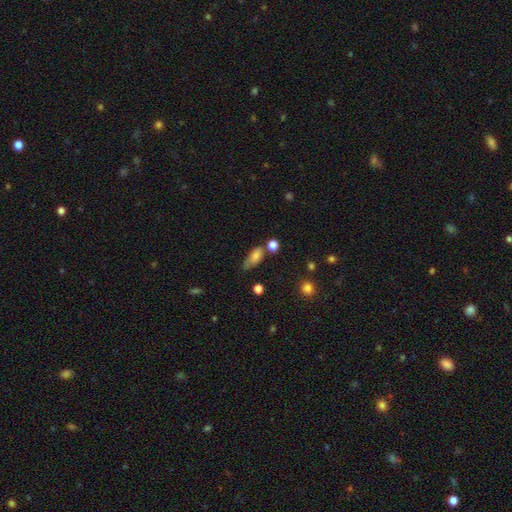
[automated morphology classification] type=smooth (77%); roundness=in between (79%); merging=none (42%).